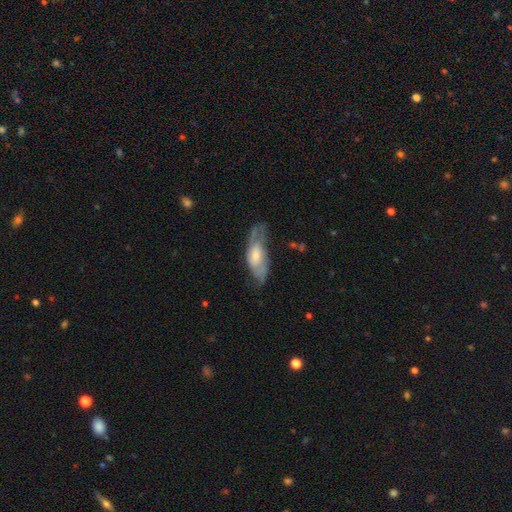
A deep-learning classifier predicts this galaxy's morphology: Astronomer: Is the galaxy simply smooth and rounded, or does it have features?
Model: featured or disk — 57% (runner-up: smooth, 37%).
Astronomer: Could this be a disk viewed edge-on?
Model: no — 85%.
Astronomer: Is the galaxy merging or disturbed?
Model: none — 48% (runner-up: minor disturbance, 28%).